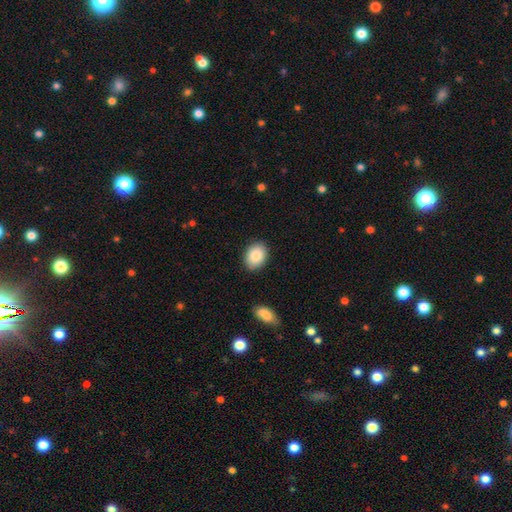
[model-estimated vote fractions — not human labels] smooth 87%, star or artifact 7%, featured or disk 7%. Down the decision tree: how rounded — in between (71%); merging — none (87%).